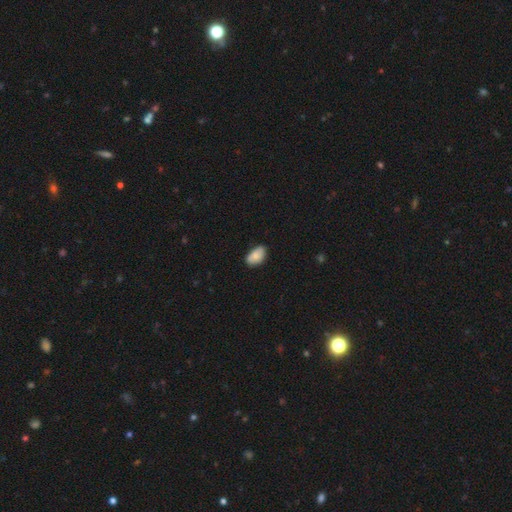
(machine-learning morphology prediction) Q: Smooth or featured?
A: smooth (83%); runner-up: featured or disk (10%)
Q: How rounded?
A: in between (93%); runner-up: round (5%)
Q: Merging?
A: none (76%); runner-up: minor disturbance (20%)